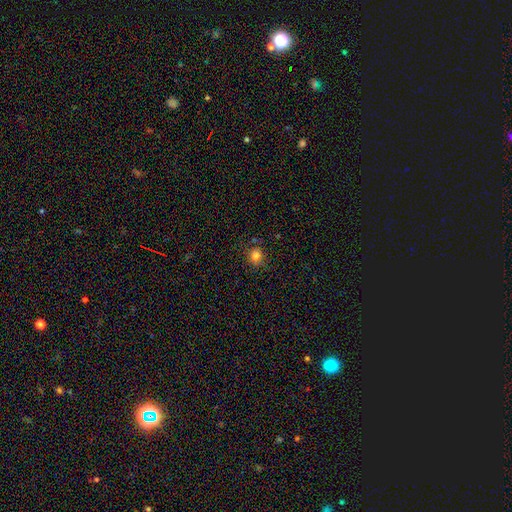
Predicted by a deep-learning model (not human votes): A smooth galaxy with no disk features (81%) that is round (82%). Merging: none (81%).